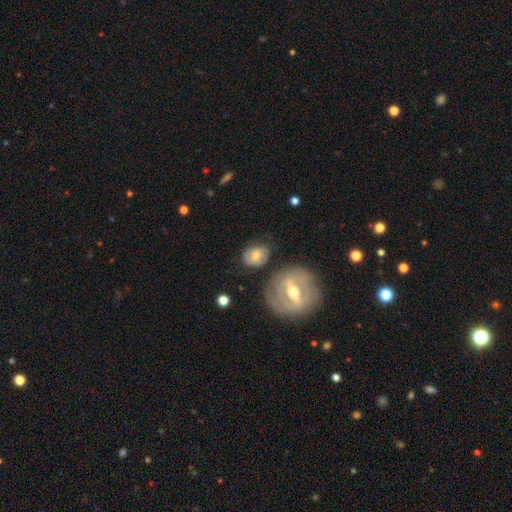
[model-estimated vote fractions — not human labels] Smooth or featured? smooth (52%)
How rounded? in between (59%)
Merging? none (68%)